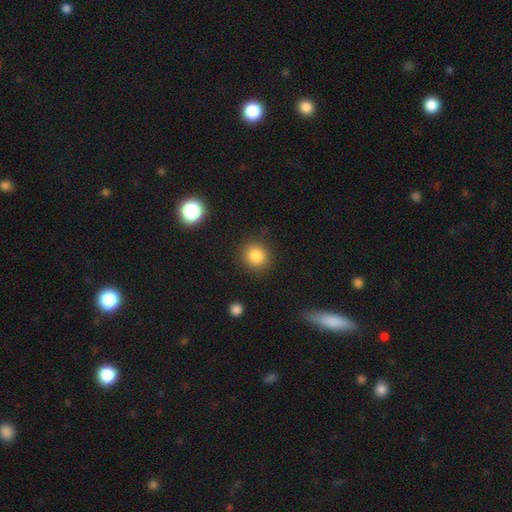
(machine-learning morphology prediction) Smooth or featured: smooth — 84% (star or artifact — 10%)
How rounded: round — 84% (in between — 15%)
Merging: none — 88% (minor disturbance — 8%)